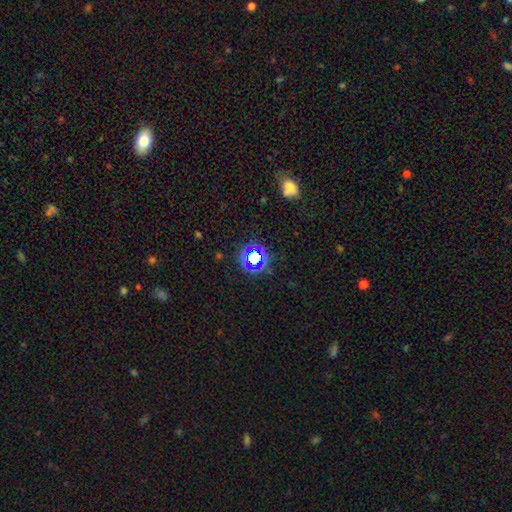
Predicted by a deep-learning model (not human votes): smooth-or-featured: star or artifact: 69% | smooth: 21% | featured or disk: 9%